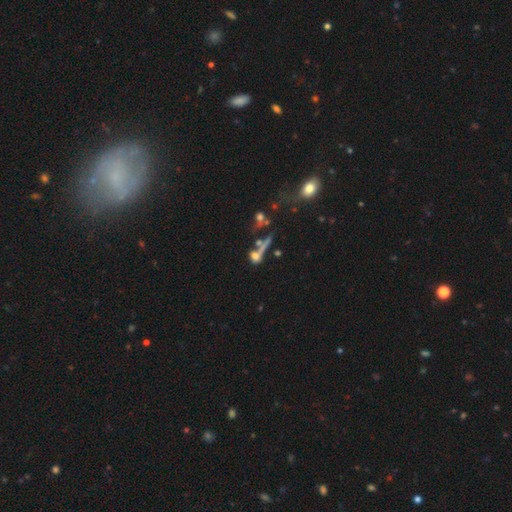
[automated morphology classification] Overall: smooth (36%; star or artifact 33%). Merging: merger (35%; none 33%).